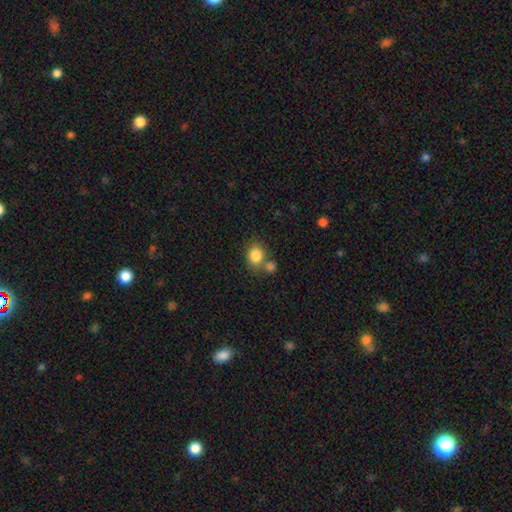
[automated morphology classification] The model was most divided on "merging": none: 56%, merger: 29%, minor disturbance: 11%, major disturbance: 4%. More confident: smooth or featured — smooth (84%); how rounded — round (65%).